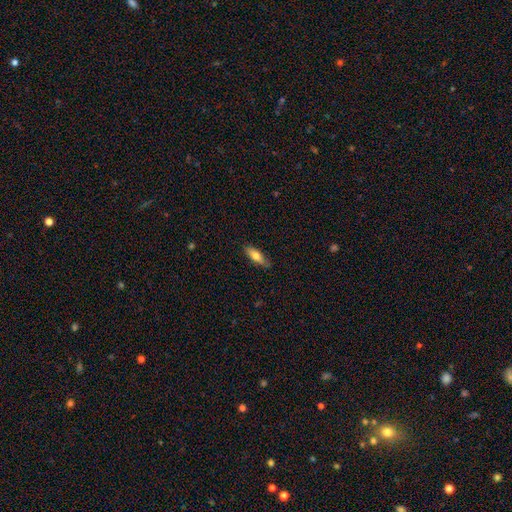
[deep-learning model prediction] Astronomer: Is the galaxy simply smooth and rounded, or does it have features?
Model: smooth — 71%.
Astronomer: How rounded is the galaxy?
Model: in between — 56% (runner-up: cigar-shaped, 41%).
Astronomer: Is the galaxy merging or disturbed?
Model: none — 82%.